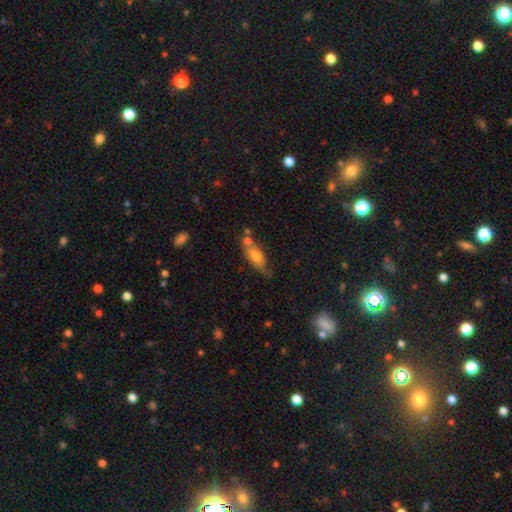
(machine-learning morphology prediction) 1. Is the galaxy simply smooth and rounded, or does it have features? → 63% smooth, 29% featured or disk, 8% star or artifact.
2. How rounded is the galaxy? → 66% in between, 29% cigar-shaped, 4% round.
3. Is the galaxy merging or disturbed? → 47% none, 26% minor disturbance, 18% merger, 9% major disturbance.